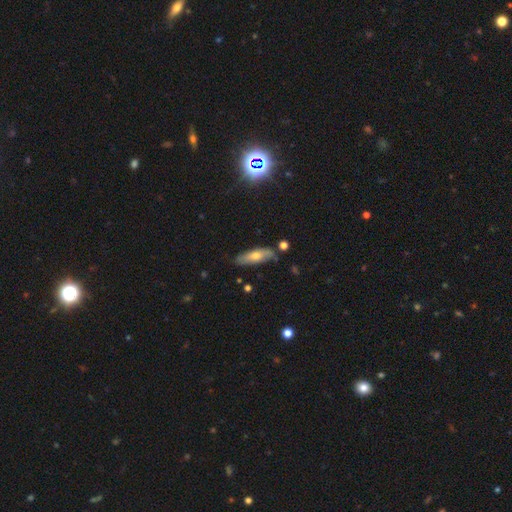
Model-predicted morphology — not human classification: Smooth or featured? Predicted: smooth (p=0.59). How rounded? Predicted: in between (p=0.50). Merging? Predicted: none (p=0.76).